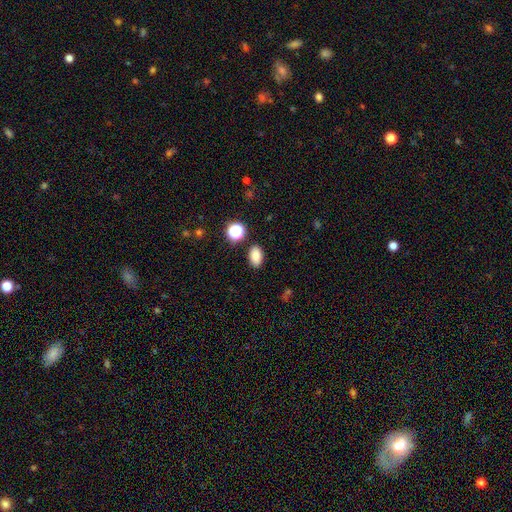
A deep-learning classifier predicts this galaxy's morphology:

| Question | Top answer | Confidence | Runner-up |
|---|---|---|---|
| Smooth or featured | smooth | 84% | star or artifact (11%) |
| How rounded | in between | 88% | round (11%) |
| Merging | none | 86% | minor disturbance (8%) |